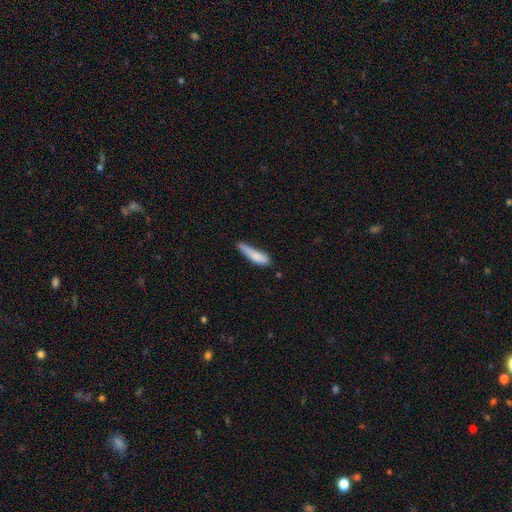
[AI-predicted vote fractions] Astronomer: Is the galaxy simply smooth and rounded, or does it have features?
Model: smooth — 80%.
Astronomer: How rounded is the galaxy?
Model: cigar-shaped — 77%.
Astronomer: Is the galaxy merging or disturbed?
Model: none — 47% (runner-up: minor disturbance, 37%).